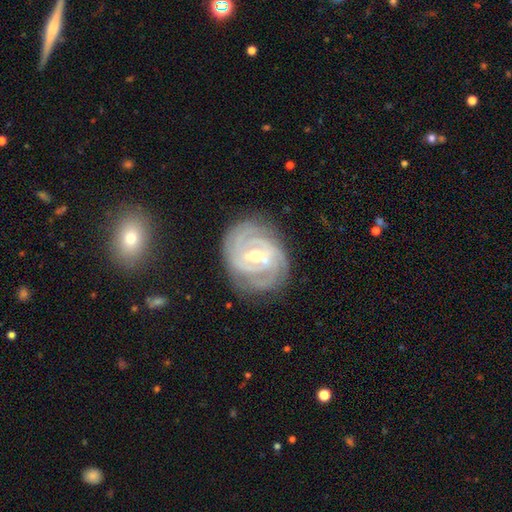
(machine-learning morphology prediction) Smooth or featured? Predicted: featured or disk (p=0.89). Edge-on disk? Predicted: no (p=0.97). Bar? Predicted: weak (p=0.49). Spiral arms? Predicted: yes (p=0.98). Spiral winding? Predicted: tight (p=0.79). Spiral arm count? Predicted: 3 (p=0.30). Bulge size? Predicted: moderate (p=0.65). Merging? Predicted: none (p=0.78).